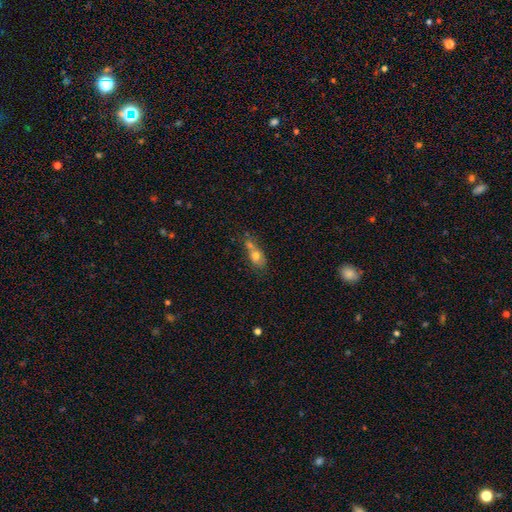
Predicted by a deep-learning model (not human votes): smooth_or_featured: smooth (p=0.69) [alt: featured or disk p=0.22]
how_rounded: in between (p=0.72) [alt: round p=0.20]
merging: merger (p=0.49) [alt: none p=0.27]